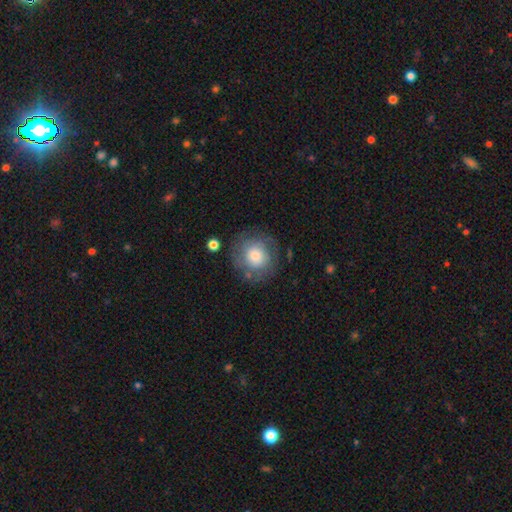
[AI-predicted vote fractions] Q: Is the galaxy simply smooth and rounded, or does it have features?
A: smooth — 61%.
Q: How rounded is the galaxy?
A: round — 91%.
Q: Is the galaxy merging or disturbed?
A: none — 76%.